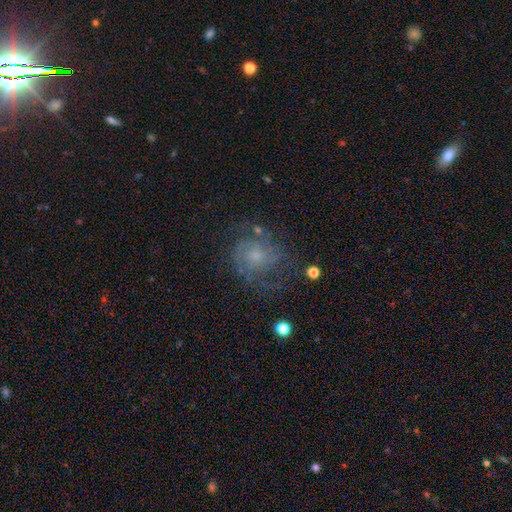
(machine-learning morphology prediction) Q: Smooth or featured?
A: featured or disk (64%); runner-up: smooth (24%)
Q: Edge-on disk?
A: no (98%); runner-up: yes (2%)
Q: Bar?
A: no (75%); runner-up: weak (22%)
Q: Spiral arms?
A: yes (82%); runner-up: no (18%)
Q: Spiral winding?
A: tight (43%); runner-up: medium (41%)
Q: Spiral arm count?
A: can't tell (37%); runner-up: 2 (35%)
Q: Bulge size?
A: small (47%); runner-up: moderate (35%)
Q: Merging?
A: none (56%); runner-up: minor disturbance (21%)